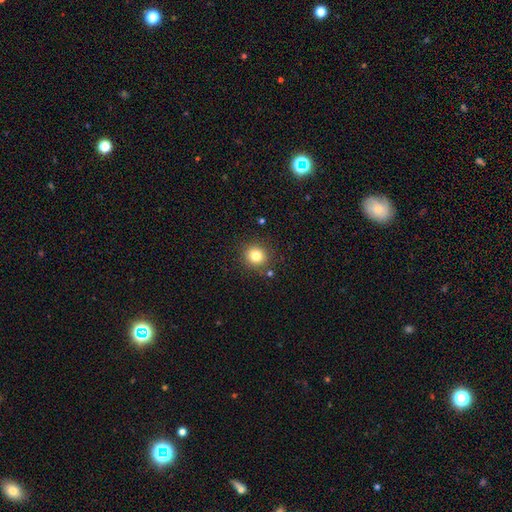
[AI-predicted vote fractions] Smooth or featured? smooth (80%)
How rounded? round (90%)
Merging? none (85%)